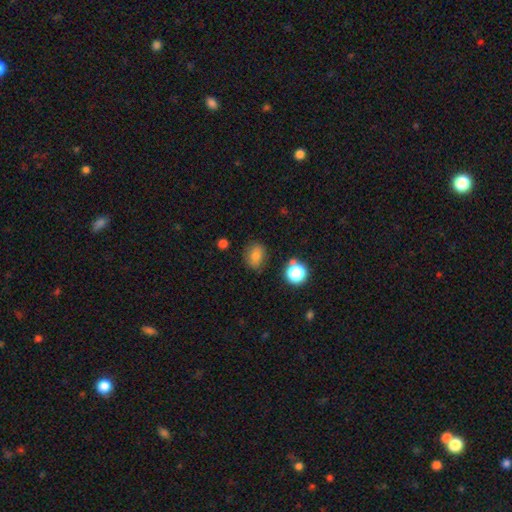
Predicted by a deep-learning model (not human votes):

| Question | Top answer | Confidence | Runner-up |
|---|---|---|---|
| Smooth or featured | smooth | 79% | star or artifact (13%) |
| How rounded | in between | 50% | round (49%) |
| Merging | none | 77% | minor disturbance (15%) |